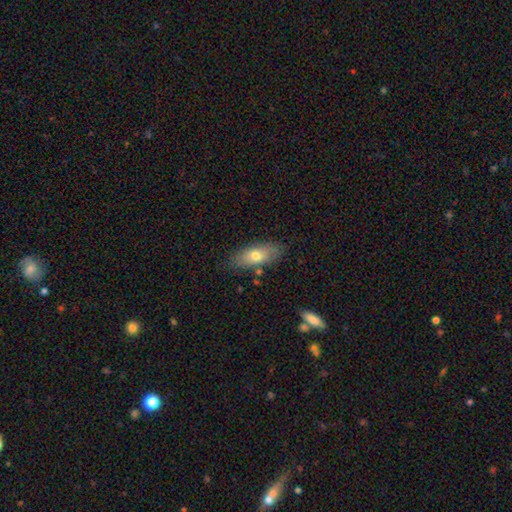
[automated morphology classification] A smooth galaxy with no disk features (67%) that is in between round and cigar-shaped (78%).

Vote fractions:
- Smooth or featured? smooth: 67% / featured or disk: 26% / star or artifact: 7%
- How rounded? in between: 78% / cigar-shaped: 19% / round: 4%
- Merging? none: 81% / minor disturbance: 13% / merger: 3% / major disturbance: 3%